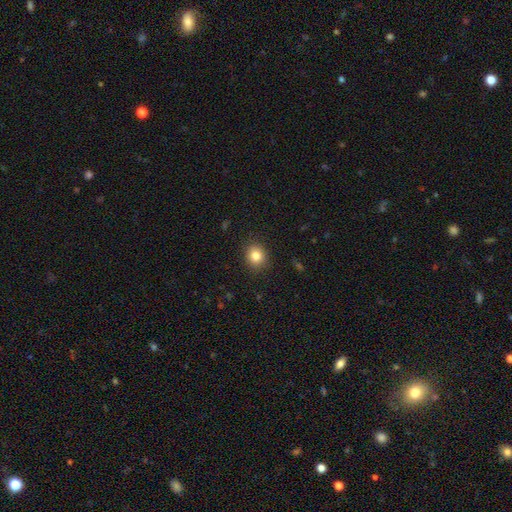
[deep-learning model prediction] The model was most divided on "how rounded": round: 76%, in between: 23%, cigar-shaped: 1%. More confident: merging — none (89%); smooth or featured — smooth (83%).